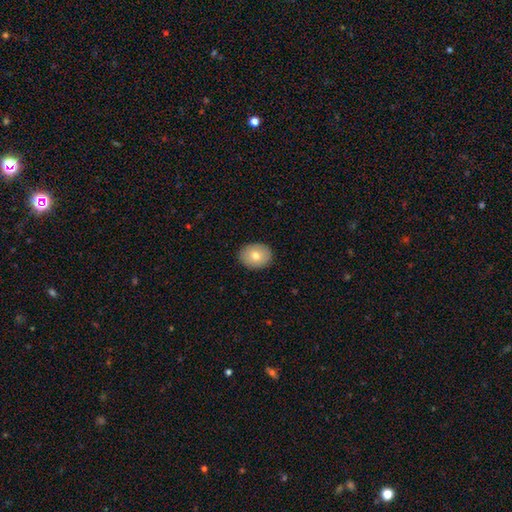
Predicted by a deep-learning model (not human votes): A smooth galaxy with no disk features (75%) that is round (52%).

Vote fractions:
- Smooth or featured? smooth: 75% / featured or disk: 17% / star or artifact: 8%
- How rounded? round: 52% / in between: 47% / cigar-shaped: 1%
- Merging? none: 90% / minor disturbance: 8% / major disturbance: 2% / merger: 1%